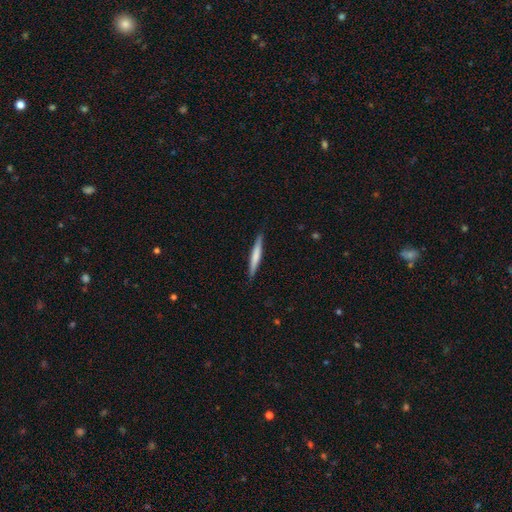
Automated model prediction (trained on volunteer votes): Morphology: type=smooth (61%); roundness=cigar-shaped (95%); merging=none (90%).